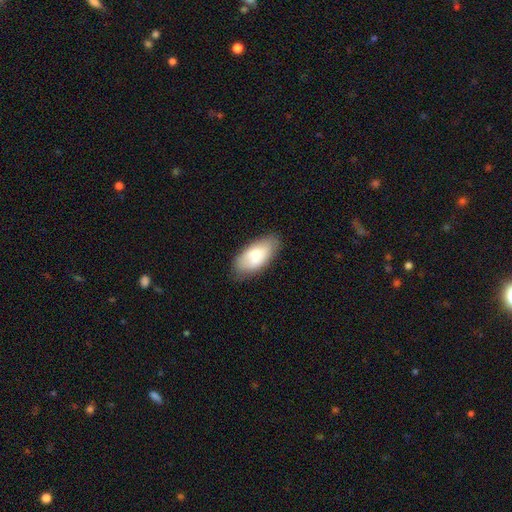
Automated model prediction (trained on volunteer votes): A smooth galaxy with no disk features (77%) that is in between round and cigar-shaped (92%).

Vote fractions:
- Smooth or featured? smooth: 77% / featured or disk: 17% / star or artifact: 6%
- How rounded? in between: 92% / cigar-shaped: 5% / round: 2%
- Merging? none: 79% / minor disturbance: 16% / major disturbance: 4% / merger: 1%